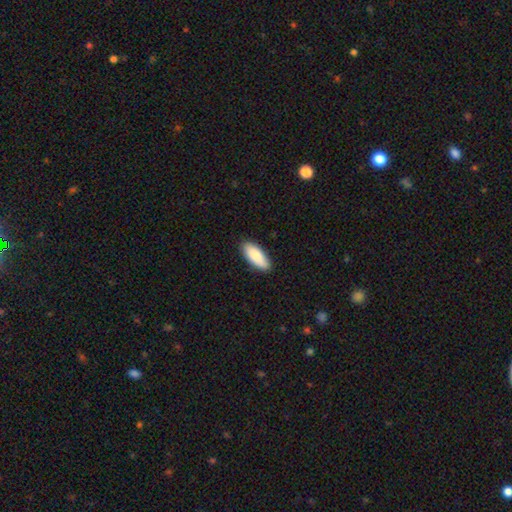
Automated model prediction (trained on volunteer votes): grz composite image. It shows a smooth galaxy with no disk features (86%) that is in between round and cigar-shaped (79%). Merging: none (88%).